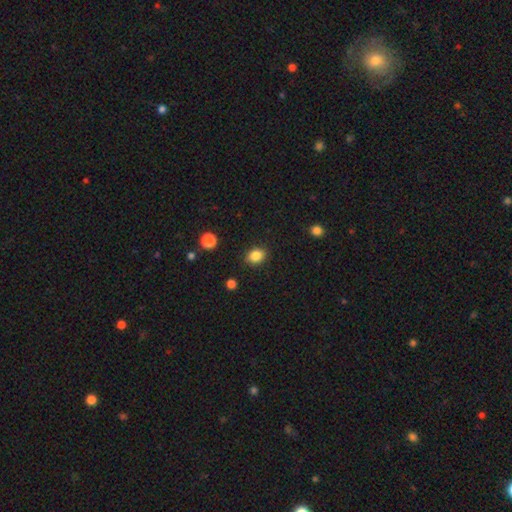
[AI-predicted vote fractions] smooth 85%, star or artifact 10%, featured or disk 5%. Down the decision tree: how rounded — in between (59%); merging — none (87%).